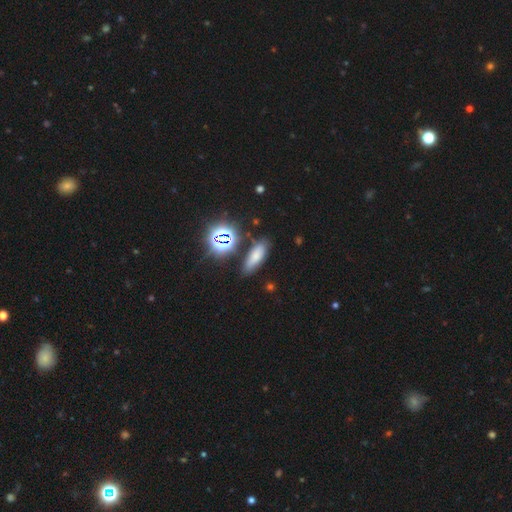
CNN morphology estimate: Smooth or featured? Predicted: smooth (p=0.63). How rounded? Predicted: in between (p=0.61). Merging? Predicted: none (p=0.78).